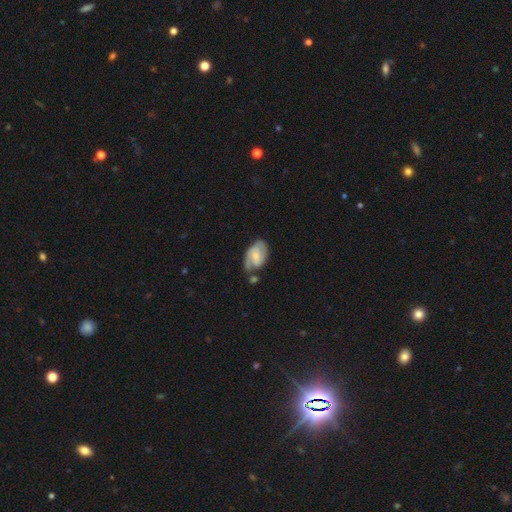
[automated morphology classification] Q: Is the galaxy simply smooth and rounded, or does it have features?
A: featured or disk — 58%.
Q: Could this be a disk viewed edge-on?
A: no — 96%.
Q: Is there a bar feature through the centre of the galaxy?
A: no — 55%.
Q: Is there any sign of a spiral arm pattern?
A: yes — 84%.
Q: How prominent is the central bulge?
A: small — 55%.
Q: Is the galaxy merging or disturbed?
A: none — 45%.